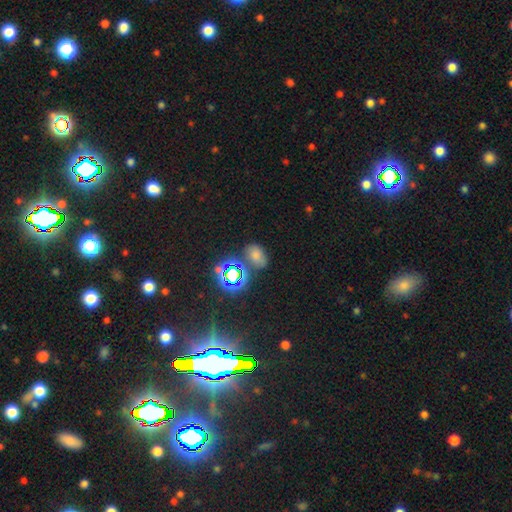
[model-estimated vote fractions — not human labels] smooth_or_featured: smooth (p=0.57) [alt: star or artifact p=0.33]
how_rounded: in between (p=0.77) [alt: round p=0.21]
merging: none (p=0.62) [alt: minor disturbance p=0.19]